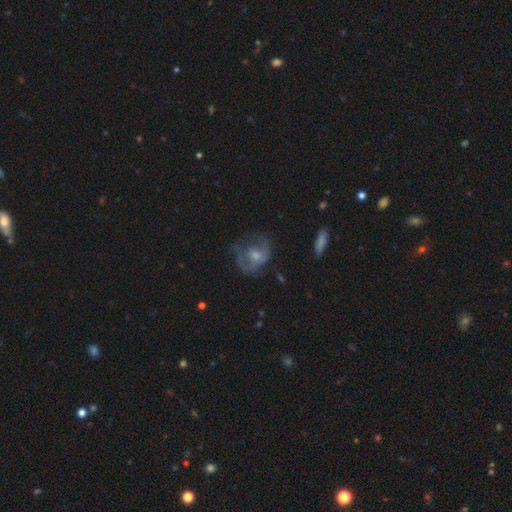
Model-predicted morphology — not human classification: Overall: featured or disk (63%; smooth 26%). Edge-on disk: no (97%). Bar: no (69%). Spiral arms: yes (68%; no 32%). Bulge size: moderate (54%; small 33%). Merging: none (56%; minor disturbance 21%).